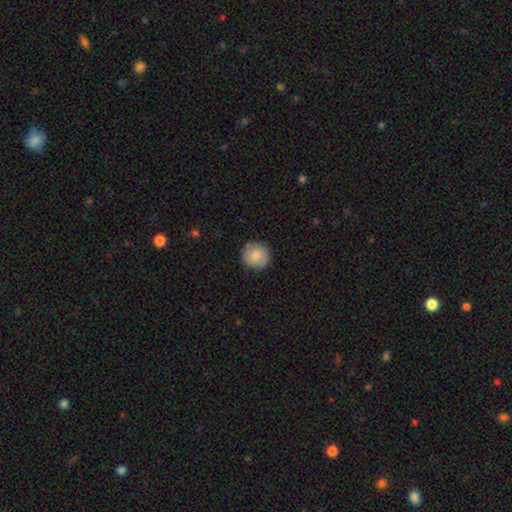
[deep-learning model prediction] Smooth or featured?
  - smooth: 81% *
  - featured or disk: 12%
  - star or artifact: 7%
How rounded?
  - round: 94% *
  - in between: 5%
  - cigar-shaped: 1%
Merging?
  - none: 87% *
  - minor disturbance: 9%
  - major disturbance: 2%
  - merger: 1%